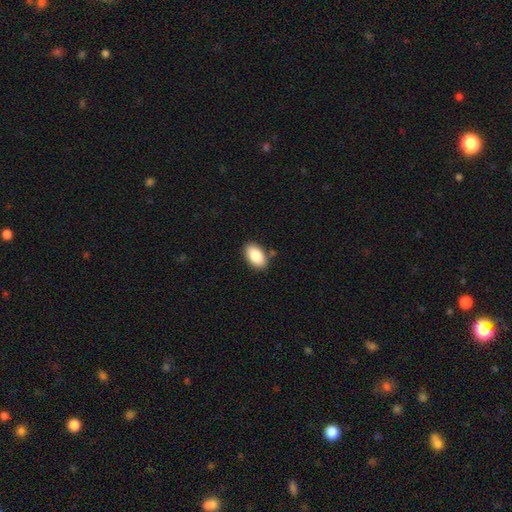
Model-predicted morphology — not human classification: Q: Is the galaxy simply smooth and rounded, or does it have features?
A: smooth — 87%.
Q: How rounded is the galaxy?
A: in between — 94%.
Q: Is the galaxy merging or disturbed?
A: none — 86%.